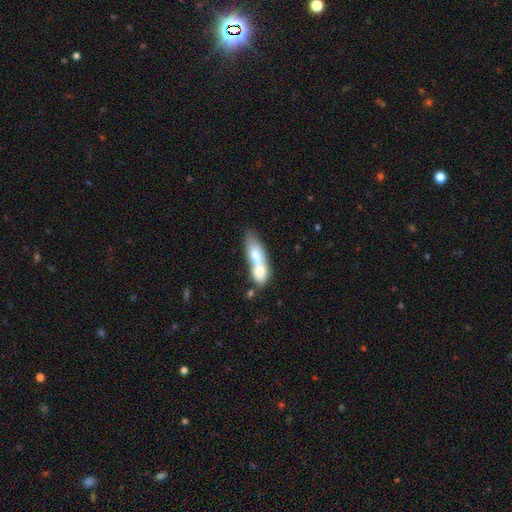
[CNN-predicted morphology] smooth 65%, featured or disk 29%, star or artifact 6%. Down the decision tree: how rounded — in between (59%); merging — merger (74%).